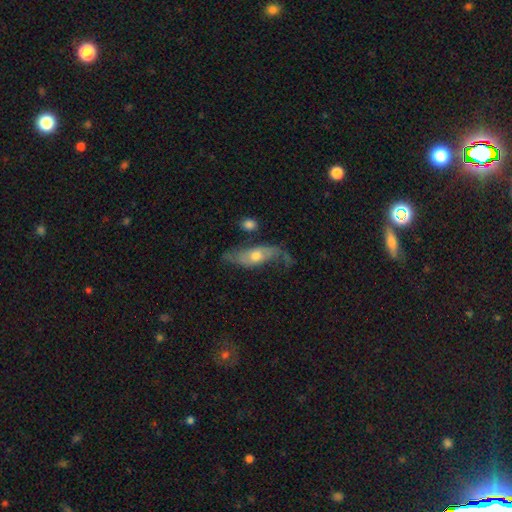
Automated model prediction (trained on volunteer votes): A featured or disk galaxy (58%).

Vote fractions:
- Smooth or featured? featured or disk: 58% / smooth: 35% / star or artifact: 7%
- Edge-on disk? no: 70% / yes: 30%
- Merging? none: 45% / minor disturbance: 28% / major disturbance: 21% / merger: 6%